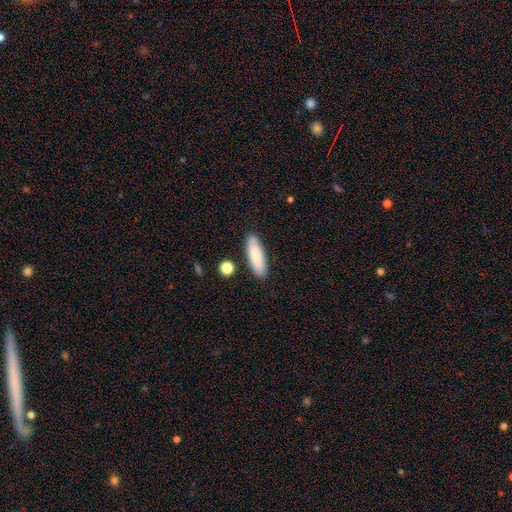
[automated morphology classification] type=smooth (85%); roundness=cigar-shaped (50%); merging=none (86%).